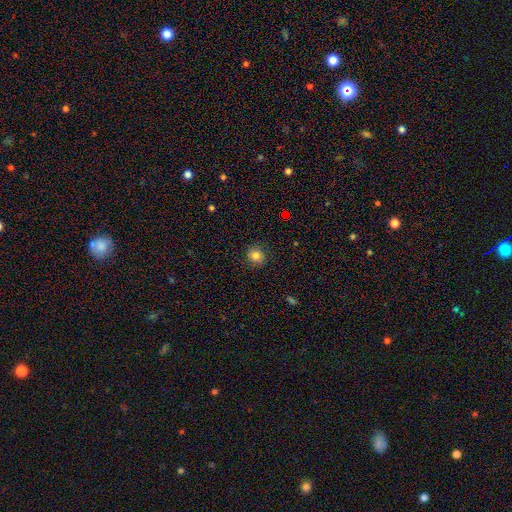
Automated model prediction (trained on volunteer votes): Smooth or featured? Predicted: smooth (p=0.78). How rounded? Predicted: round (p=0.86). Merging? Predicted: none (p=0.87).